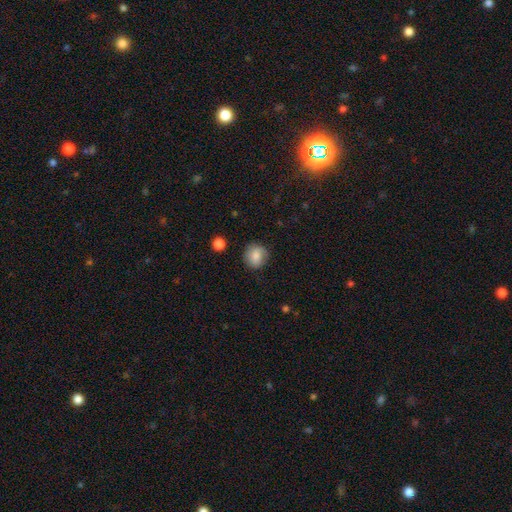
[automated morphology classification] A smooth galaxy with no disk features (82%) that is round (85%). Merging: none (83%).